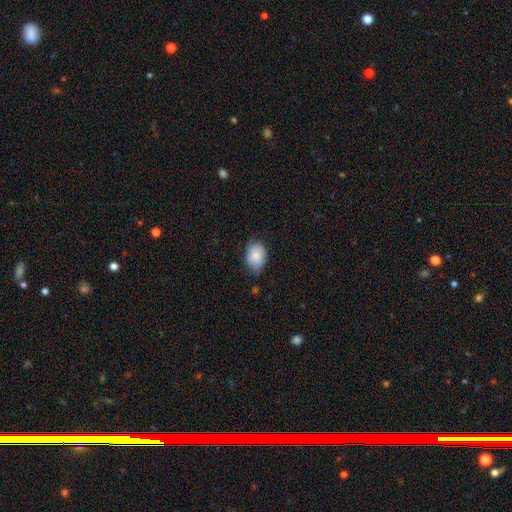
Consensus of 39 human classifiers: Q: Smooth or featured?
A: smooth (82%); runner-up: featured or disk (13%)
Q: How rounded?
A: in between (69%); runner-up: round (31%)
Q: Merging?
A: none (73%); runner-up: minor disturbance (22%)